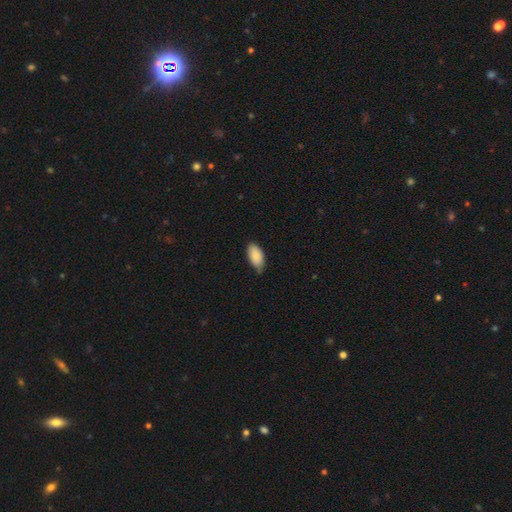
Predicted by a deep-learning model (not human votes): Smooth or featured?
  - smooth: 87% *
  - star or artifact: 6%
  - featured or disk: 6%
How rounded?
  - in between: 94% *
  - cigar-shaped: 4%
  - round: 2%
Merging?
  - none: 61% *
  - minor disturbance: 34%
  - major disturbance: 4%
  - merger: 1%